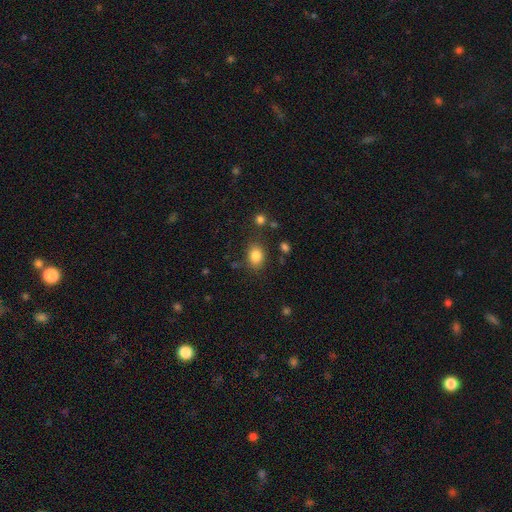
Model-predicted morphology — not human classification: This is clearly a smooth galaxy (83%). How rounded: likely in between (63%). Merging: clearly none (80%).